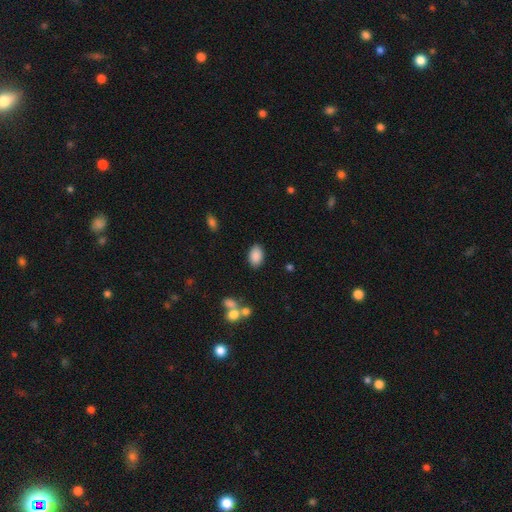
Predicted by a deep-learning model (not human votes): smooth_or_featured: smooth (p=0.88) [alt: star or artifact p=0.08]
how_rounded: in between (p=0.91) [alt: round p=0.08]
merging: none (p=0.86) [alt: minor disturbance p=0.09]